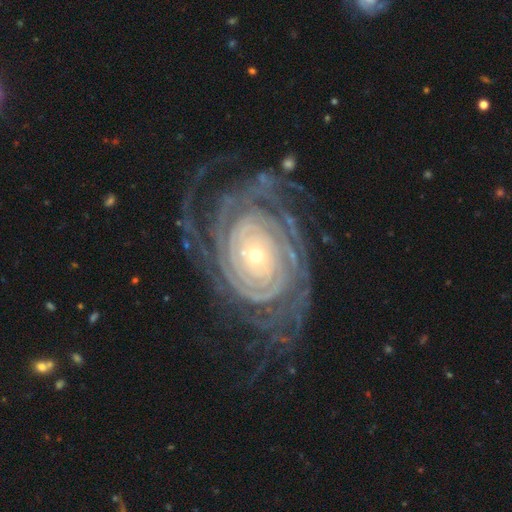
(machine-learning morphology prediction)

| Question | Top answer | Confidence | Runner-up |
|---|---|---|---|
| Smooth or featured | featured or disk | 92% | star or artifact (5%) |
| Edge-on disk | no | 97% | yes (3%) |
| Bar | no | 77% | weak (13%) |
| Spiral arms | yes | 98% | no (2%) |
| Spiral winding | tight | 87% | medium (11%) |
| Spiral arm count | more than 4 | 23% | can't tell (19%) |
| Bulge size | small | 74% | moderate (21%) |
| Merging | none | 70% | minor disturbance (17%) |